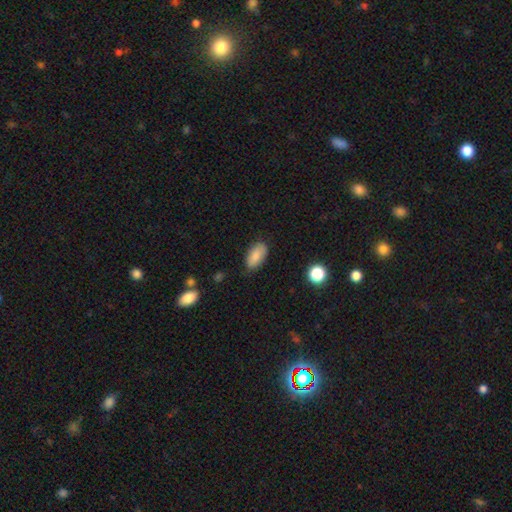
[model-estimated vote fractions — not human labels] This is clearly a smooth galaxy (85%). How rounded: clearly in between (93%). Merging: clearly none (81%).